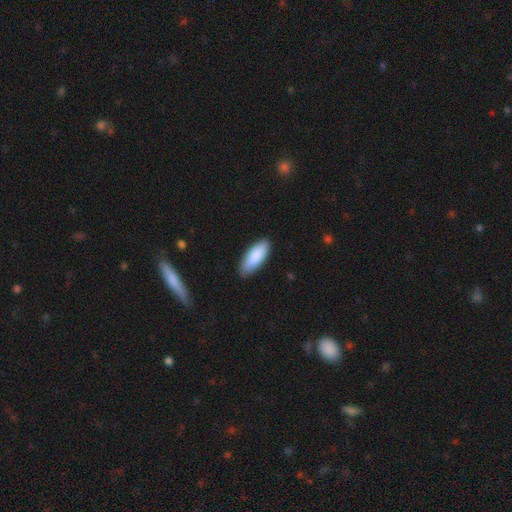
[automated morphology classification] Smooth or featured?
  - smooth: 89% *
  - featured or disk: 6%
  - star or artifact: 5%
How rounded?
  - in between: 76% *
  - cigar-shaped: 23%
  - round: 2%
Merging?
  - none: 85% *
  - minor disturbance: 12%
  - major disturbance: 2%
  - merger: 1%